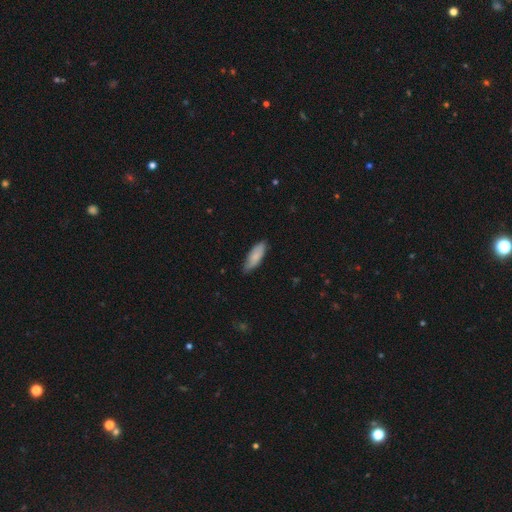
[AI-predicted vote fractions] This appears to be a smooth galaxy with no disk features (82%) that is in between round and cigar-shaped (63%). Merging: none (74%).